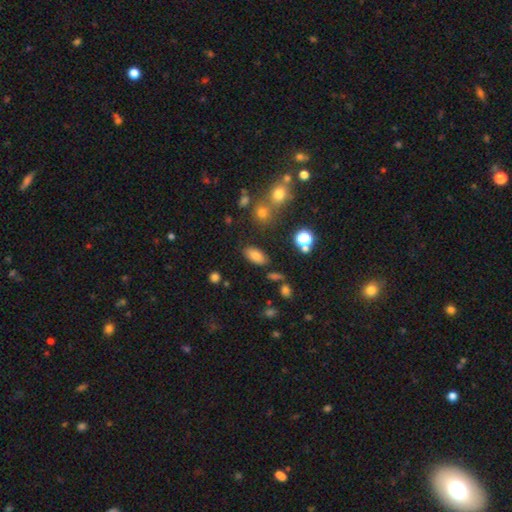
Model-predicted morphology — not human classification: A smooth galaxy with no disk features (78%) that is in between round and cigar-shaped (90%).

Vote fractions:
- Smooth or featured? smooth: 78% / star or artifact: 13% / featured or disk: 9%
- How rounded? in between: 90% / round: 5% / cigar-shaped: 4%
- Merging? none: 80% / minor disturbance: 12% / merger: 5% / major disturbance: 3%